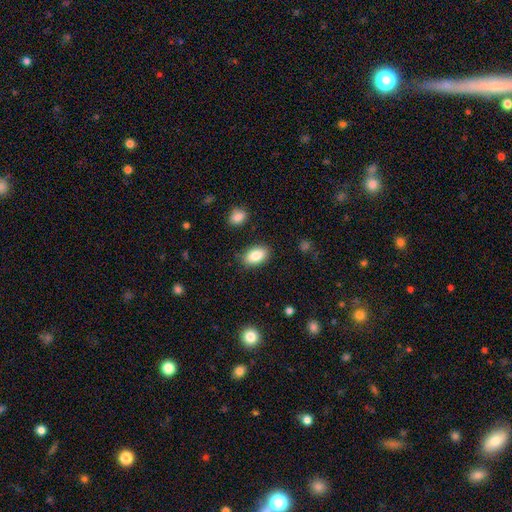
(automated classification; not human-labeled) Smooth or featured: smooth — 85% (featured or disk — 8%)
How rounded: in between — 92% (round — 6%)
Merging: none — 86% (minor disturbance — 10%)